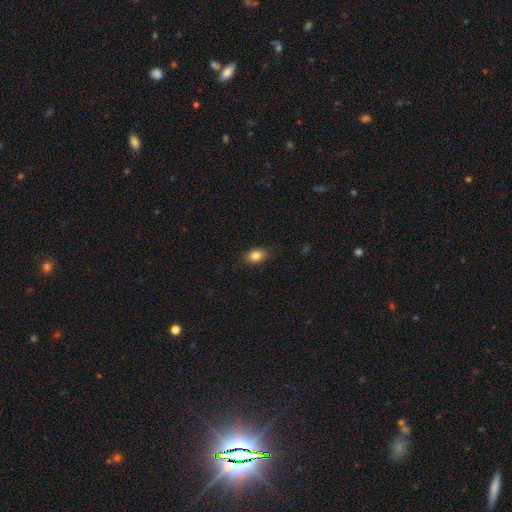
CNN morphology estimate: A smooth galaxy with no disk features (84%) that is in between round and cigar-shaped (81%).

Vote fractions:
- Smooth or featured? smooth: 84% / star or artifact: 9% / featured or disk: 7%
- How rounded? in between: 81% / round: 18% / cigar-shaped: 2%
- Merging? none: 87% / minor disturbance: 9% / major disturbance: 2% / merger: 1%